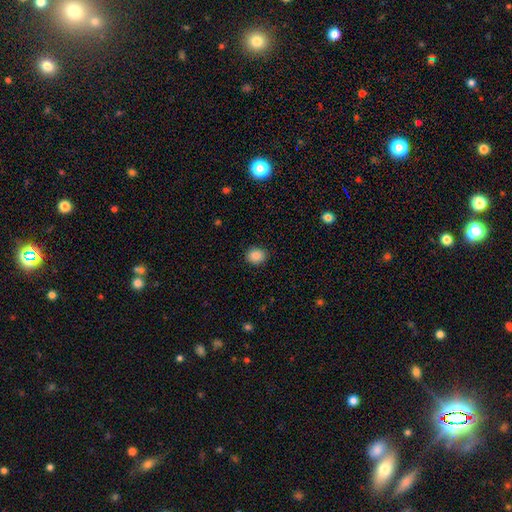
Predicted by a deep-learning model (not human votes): Overall: smooth (87%). How rounded: round (66%; in between 33%). Merging: none (90%).